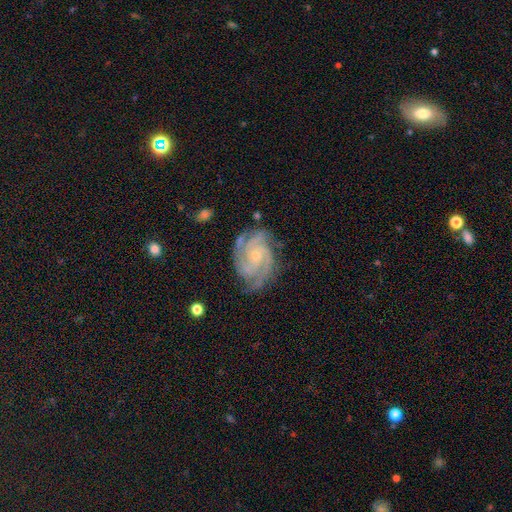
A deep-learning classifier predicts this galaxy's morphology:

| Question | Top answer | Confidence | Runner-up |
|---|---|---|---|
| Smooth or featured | featured or disk | 91% | star or artifact (5%) |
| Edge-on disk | no | 98% | yes (2%) |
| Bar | no | 67% | weak (26%) |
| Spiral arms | yes | 99% | no (1%) |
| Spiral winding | tight | 66% | medium (30%) |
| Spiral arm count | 3 | 46% | 4 (19%) |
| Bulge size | small | 75% | moderate (21%) |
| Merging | none | 77% | minor disturbance (17%) |